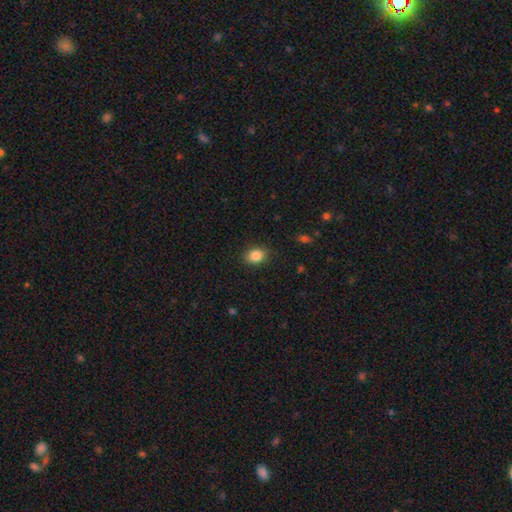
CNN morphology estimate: Q: Smooth or featured?
A: smooth (86%); runner-up: star or artifact (9%)
Q: How rounded?
A: in between (52%); runner-up: round (47%)
Q: Merging?
A: none (86%); runner-up: minor disturbance (10%)